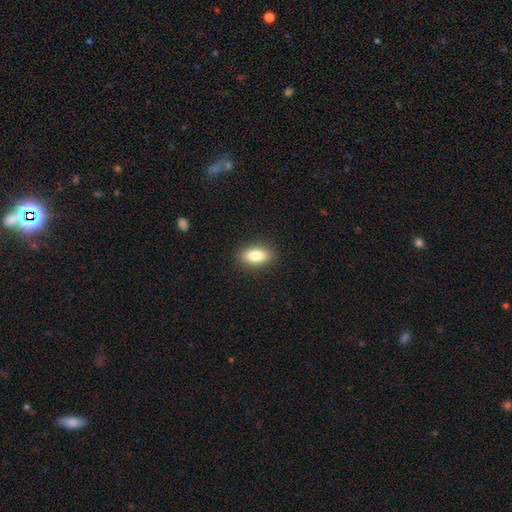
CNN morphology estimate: smooth_or_featured: smooth (p=0.83) [alt: featured or disk p=0.10]
how_rounded: in between (p=0.86) [alt: cigar-shaped p=0.08]
merging: none (p=0.89) [alt: minor disturbance p=0.08]